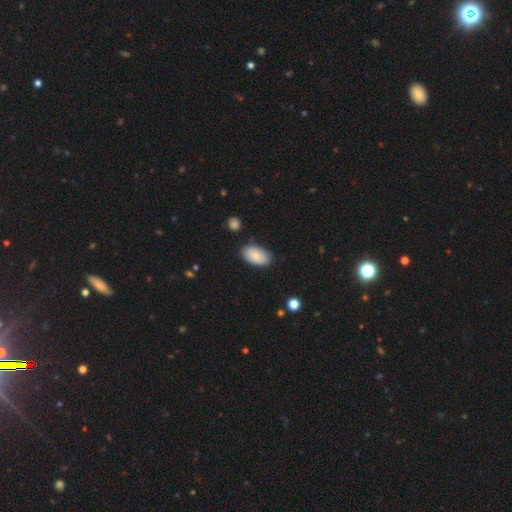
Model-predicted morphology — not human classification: type=smooth (79%); roundness=in between (94%); merging=none (80%).